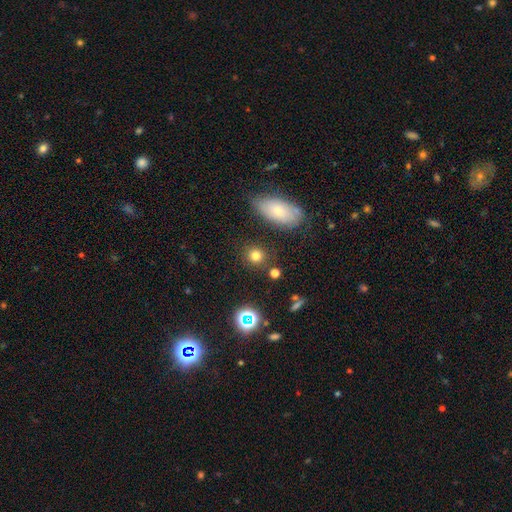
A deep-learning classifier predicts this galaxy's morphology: This appears to be a smooth galaxy with no disk features (78%) that is round (84%). Merging: none (84%).